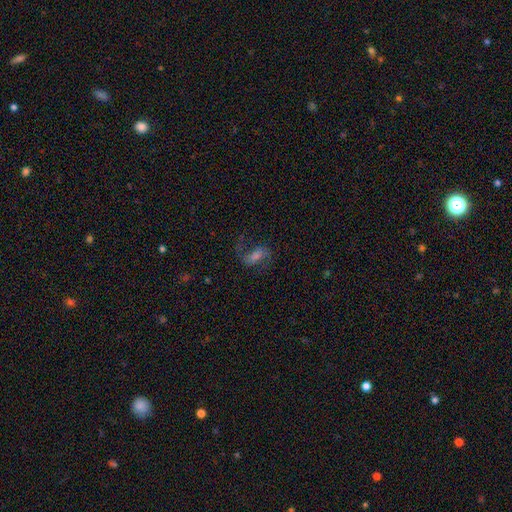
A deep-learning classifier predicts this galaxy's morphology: The model was most divided on "bulge size": moderate: 43%, small: 32%, large: 13%, none: 10%, dominant: 3%. Remaining: edge-on disk — no (95%); spiral arms — yes (90%); spiral arm count — 2 (84%); merging — none (66%); smooth or featured — featured or disk (62%); spiral winding — loose (53%); bar — weak (46%).